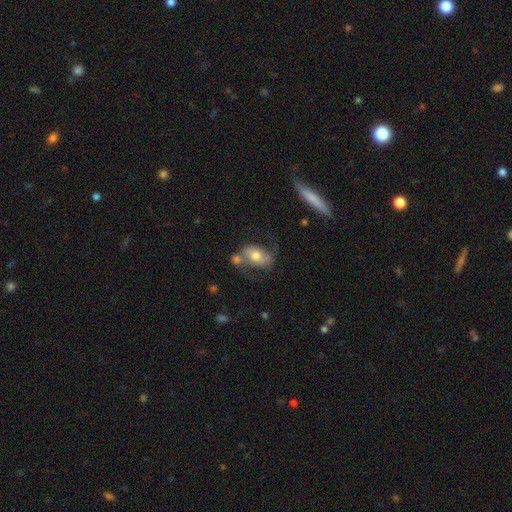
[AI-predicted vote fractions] A featured or disk galaxy (48%).

Vote fractions:
- Smooth or featured? featured or disk: 48% / smooth: 44% / star or artifact: 9%
- Merging? none: 46% / merger: 20% / minor disturbance: 19% / major disturbance: 14%